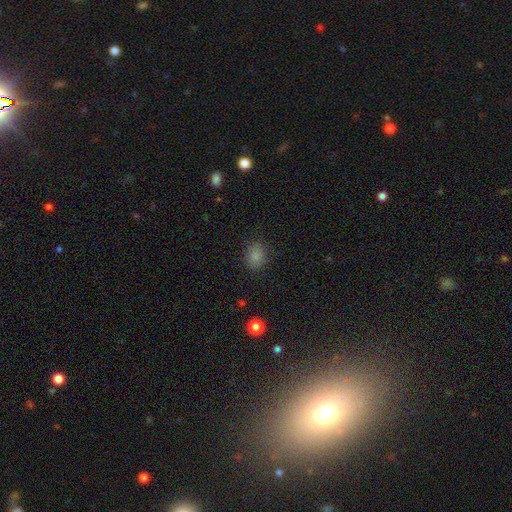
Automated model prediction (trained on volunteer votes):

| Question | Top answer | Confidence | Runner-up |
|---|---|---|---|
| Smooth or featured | smooth | 84% | star or artifact (12%) |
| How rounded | round | 53% | in between (46%) |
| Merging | none | 84% | minor disturbance (11%) |